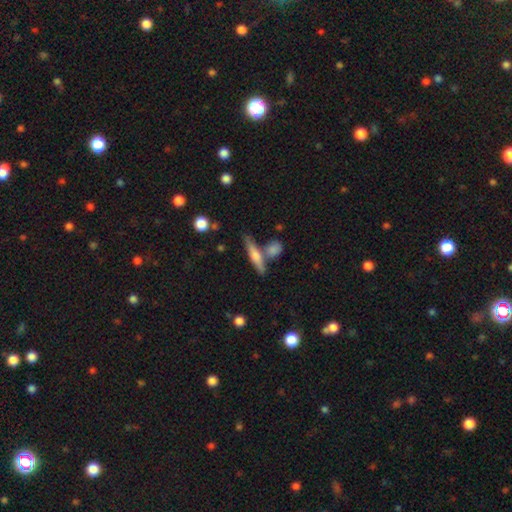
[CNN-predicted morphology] Smooth or featured: smooth — 48% (featured or disk — 45%)
Merging: none — 68% (merger — 17%)